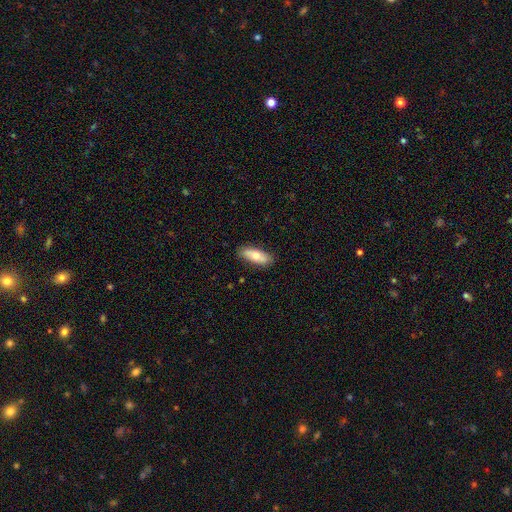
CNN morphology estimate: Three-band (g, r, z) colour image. It shows a smooth galaxy with no disk features (69%) that is in between round and cigar-shaped (73%). Merging: none (87%).